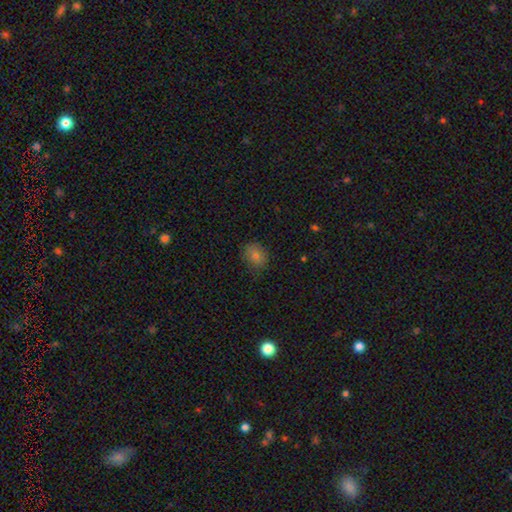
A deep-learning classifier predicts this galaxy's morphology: Q: Smooth or featured?
A: smooth (77%); runner-up: star or artifact (15%)
Q: How rounded?
A: round (56%); runner-up: in between (43%)
Q: Merging?
A: none (76%); runner-up: minor disturbance (19%)